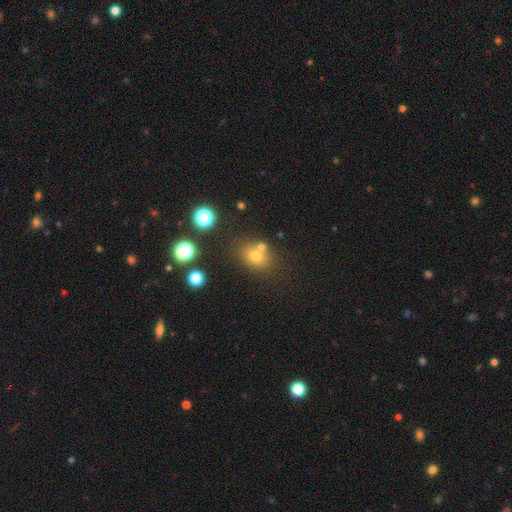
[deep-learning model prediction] This appears to be a smooth galaxy with no disk features (68%) that is round (51%). Merging: none (62%).